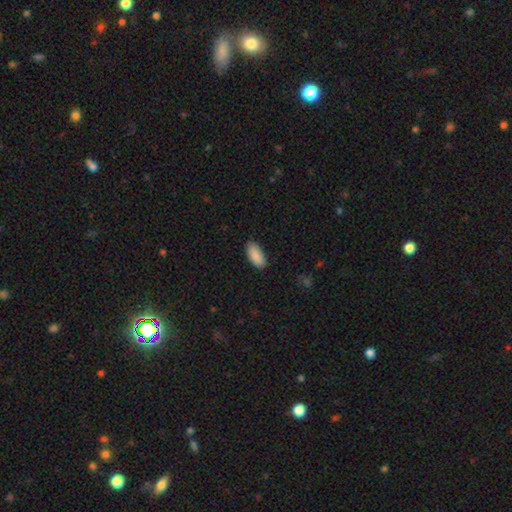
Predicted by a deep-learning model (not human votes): This appears to be a smooth galaxy with no disk features (90%) that is in between round and cigar-shaped (90%). Merging: none (83%).